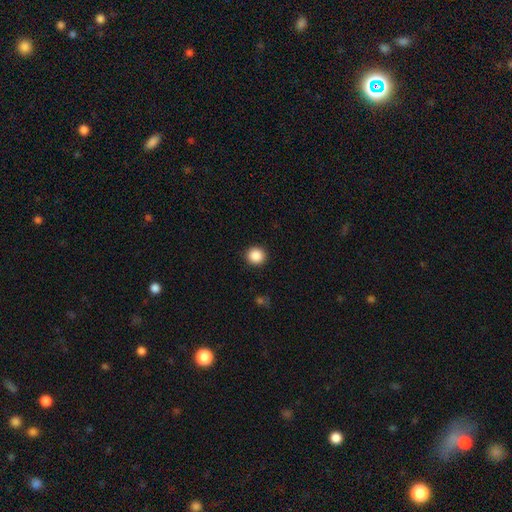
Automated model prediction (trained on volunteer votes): This appears to be a smooth galaxy with no disk features (88%) that is round (94%). Merging: none (92%).